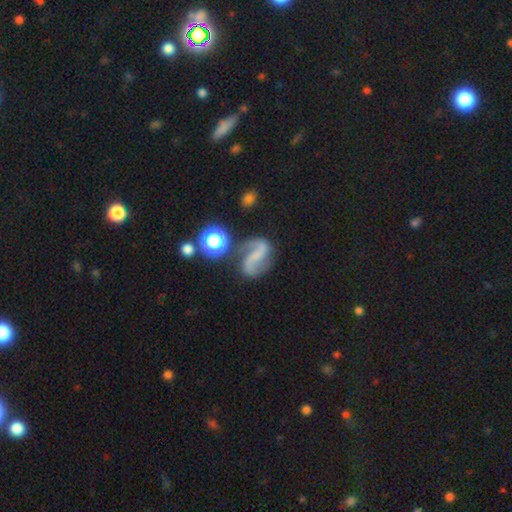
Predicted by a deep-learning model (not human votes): Smooth or featured: featured or disk — 81% (smooth — 11%)
Edge-on disk: no — 98% (yes — 2%)
Bar: weak — 38% (strong — 35%)
Spiral arms: yes — 95% (no — 5%)
Spiral winding: loose — 61% (medium — 31%)
Spiral arm count: 2 — 92% (1 — 3%)
Bulge size: none — 55% (small — 32%)
Merging: none — 71% (minor disturbance — 16%)